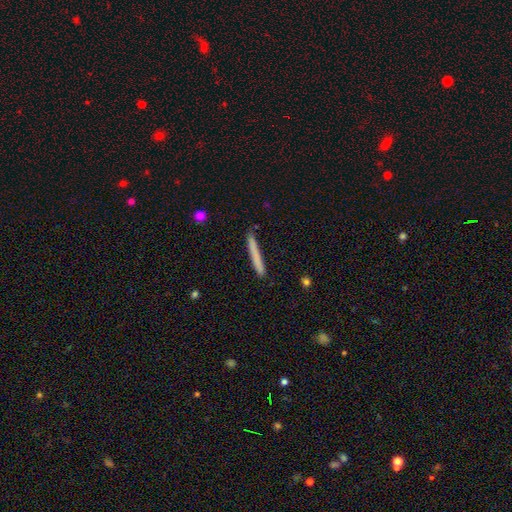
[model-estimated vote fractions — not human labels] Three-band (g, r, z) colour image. It shows a smooth galaxy with no disk features (72%) that is cigar-shaped (97%). Merging: none (88%).